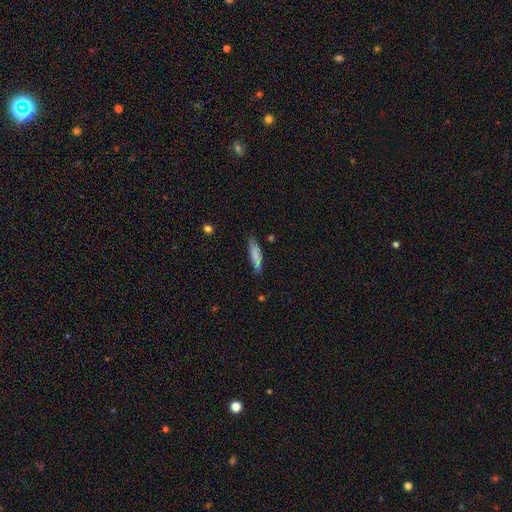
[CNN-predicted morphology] Overall: smooth (80%). How rounded: cigar-shaped (81%). Merging: none (81%).